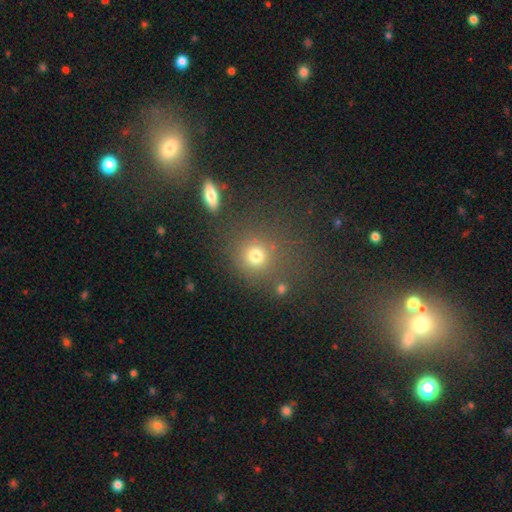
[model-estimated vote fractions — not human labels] A smooth galaxy with no disk features (74%) that is round (85%). Merging: none (72%).